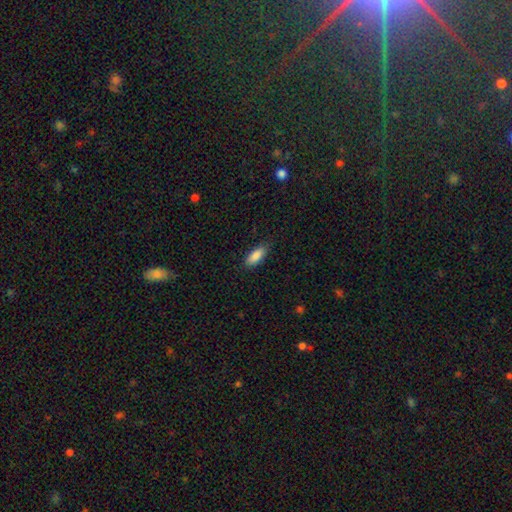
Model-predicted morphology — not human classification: type=smooth (88%); roundness=in between (79%); merging=none (85%).